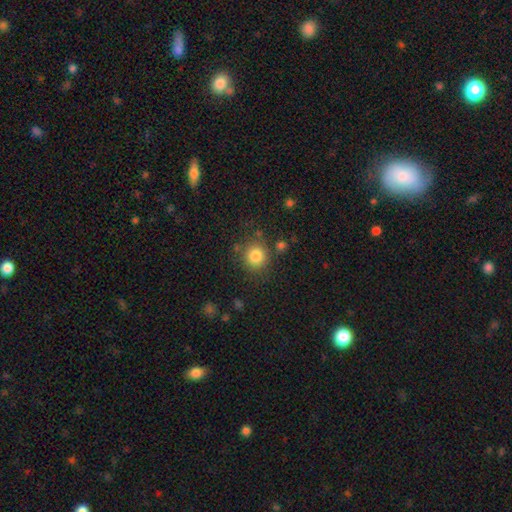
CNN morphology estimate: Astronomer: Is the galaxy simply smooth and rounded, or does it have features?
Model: smooth — 83%.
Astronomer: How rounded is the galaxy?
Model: round — 90%.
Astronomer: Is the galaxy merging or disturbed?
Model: none — 80%.